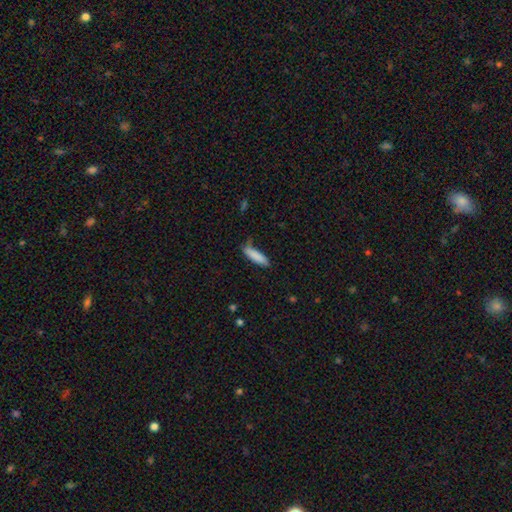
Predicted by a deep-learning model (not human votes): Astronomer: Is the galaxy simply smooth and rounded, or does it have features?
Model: smooth — 86%.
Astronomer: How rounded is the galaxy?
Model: cigar-shaped — 69%.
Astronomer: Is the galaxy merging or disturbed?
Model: none — 66%.